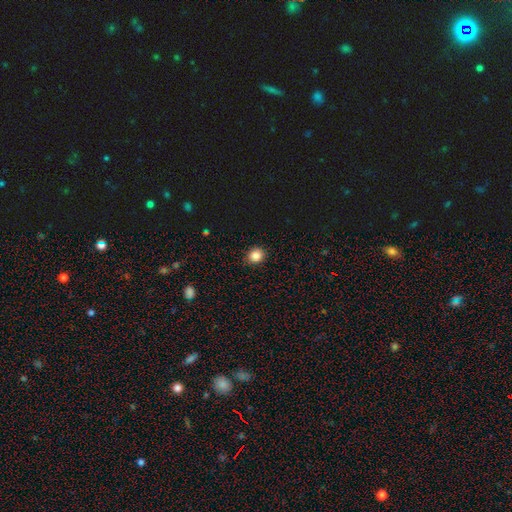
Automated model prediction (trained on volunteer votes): smooth-or-featured: smooth: 84% | star or artifact: 12% | featured or disk: 4%
  how-rounded: round: 80% | in between: 19% | cigar-shaped: 1%
  merging: none: 87% | minor disturbance: 10% | major disturbance: 2% | merger: 1%